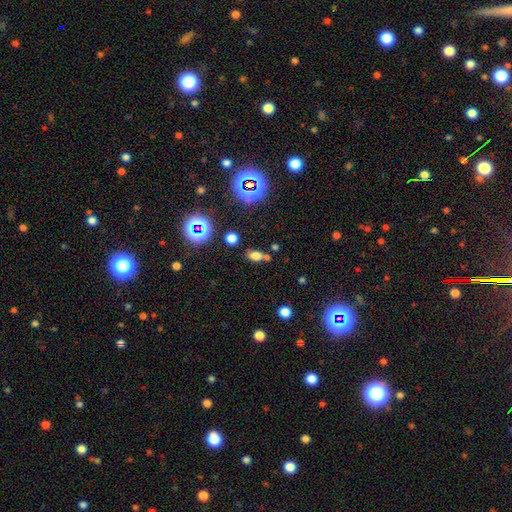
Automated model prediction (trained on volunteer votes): smooth_or_featured: smooth (p=0.67) [alt: star or artifact p=0.22]
how_rounded: in between (p=0.77) [alt: round p=0.18]
merging: none (p=0.63) [alt: merger p=0.18]